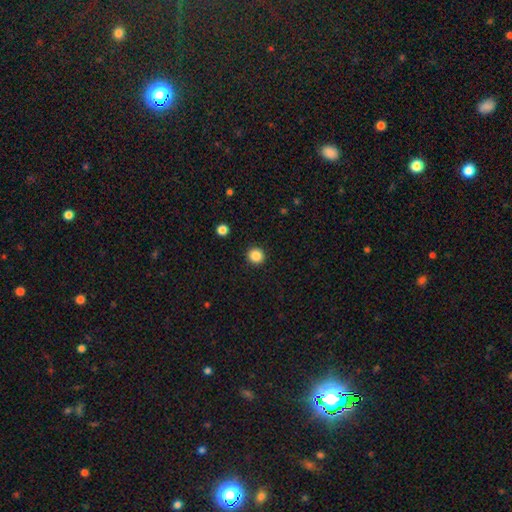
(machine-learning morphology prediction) smooth 87%, star or artifact 10%, featured or disk 3%. Down the decision tree: how rounded — round (94%); merging — none (93%).